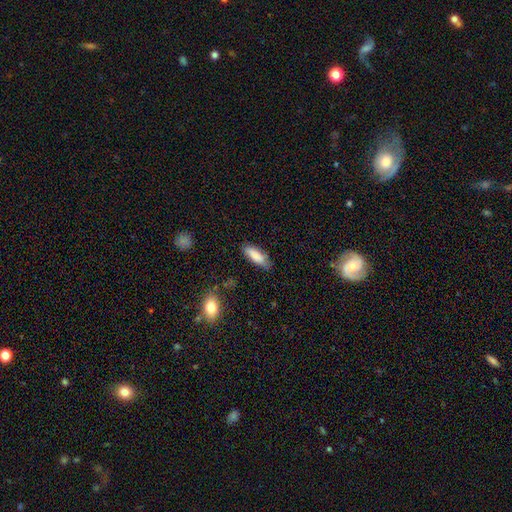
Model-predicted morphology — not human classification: Smooth or featured? smooth (83%)
How rounded? in between (55%)
Merging? none (76%)